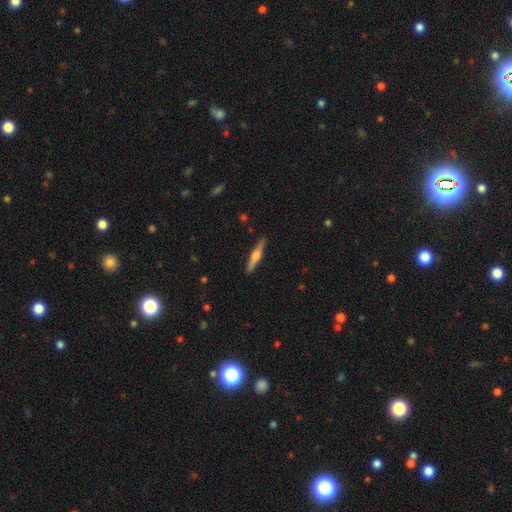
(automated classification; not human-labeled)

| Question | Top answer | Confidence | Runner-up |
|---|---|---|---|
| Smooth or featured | featured or disk | 62% | smooth (32%) |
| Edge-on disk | yes | 98% | no (2%) |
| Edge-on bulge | rounded | 83% | boxy (12%) |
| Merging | none | 90% | minor disturbance (7%) |